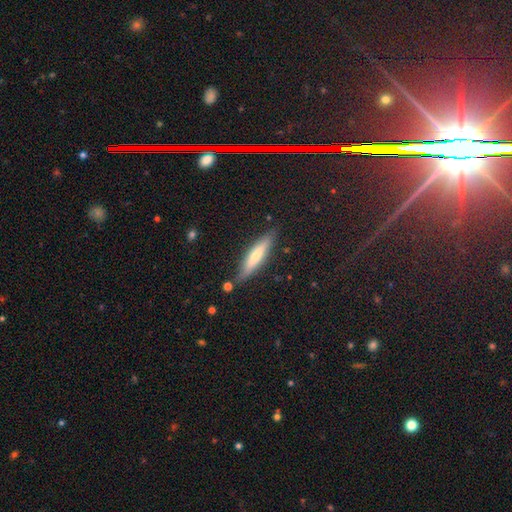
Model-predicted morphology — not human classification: Overall: smooth (58%; featured or disk 36%). How rounded: cigar-shaped (82%). Merging: none (79%).